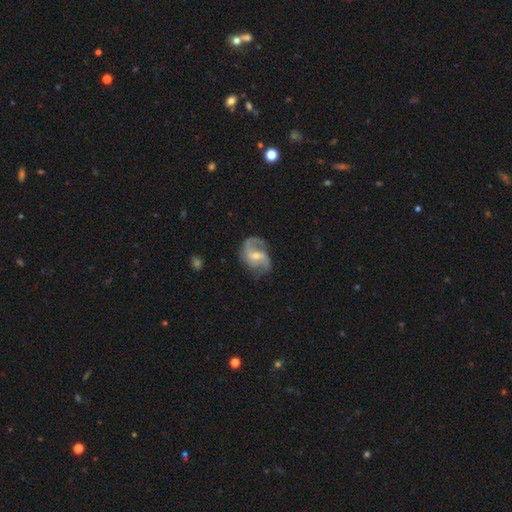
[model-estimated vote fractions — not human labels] Smooth or featured? featured or disk (86%)
Edge-on disk? no (98%)
Bar? weak (50%)
Spiral arms? yes (96%)
Spiral winding? loose (47%)
Spiral arm count? 2 (87%)
Bulge size? small (50%)
Merging? none (69%)